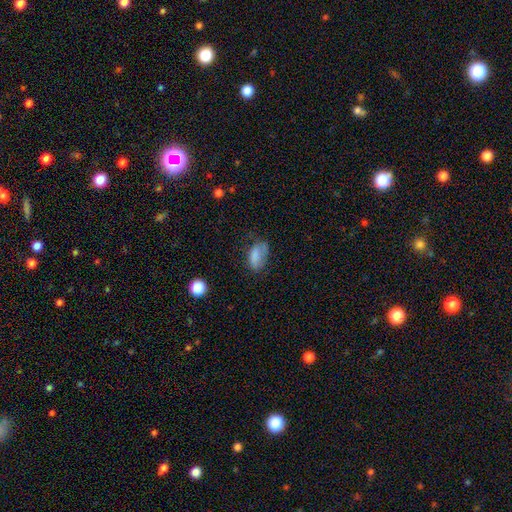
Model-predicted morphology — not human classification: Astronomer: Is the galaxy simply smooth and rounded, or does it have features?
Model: smooth — 78%.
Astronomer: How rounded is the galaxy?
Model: in between — 90%.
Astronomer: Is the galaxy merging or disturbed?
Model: none — 50% (runner-up: minor disturbance, 31%).